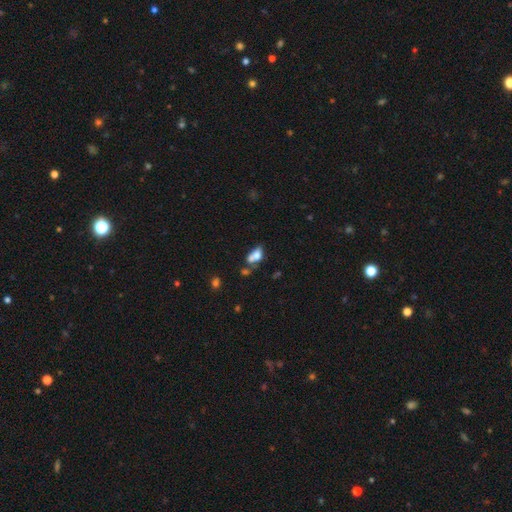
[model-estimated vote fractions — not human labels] A smooth galaxy with no disk features (67%) that is in between round and cigar-shaped (79%). Merging: merger (51%).